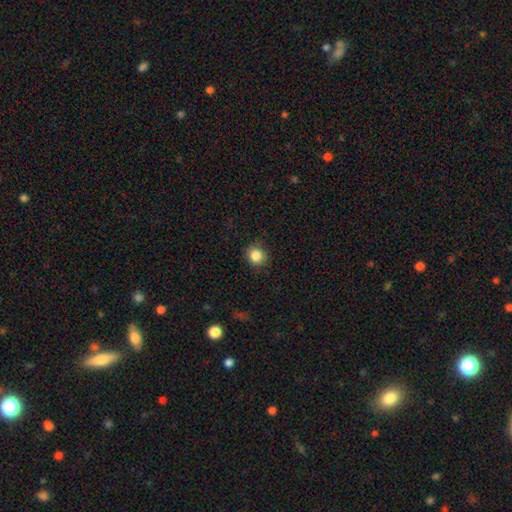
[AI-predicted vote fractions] smooth-or-featured: smooth: 85% | star or artifact: 10% | featured or disk: 5%
  how-rounded: round: 87% | in between: 12% | cigar-shaped: 1%
  merging: none: 86% | minor disturbance: 10% | major disturbance: 3% | merger: 1%